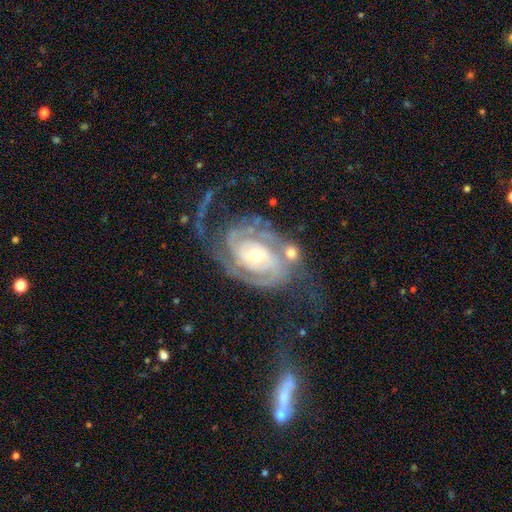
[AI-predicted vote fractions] Smooth or featured? Predicted: featured or disk (p=0.92). Edge-on disk? Predicted: no (p=0.97). Bar? Predicted: no (p=0.59). Spiral arms? Predicted: yes (p=0.98). Spiral winding? Predicted: tight (p=0.66). Spiral arm count? Predicted: 2 (p=0.64). Bulge size? Predicted: small (p=0.48). Merging? Predicted: none (p=0.52).